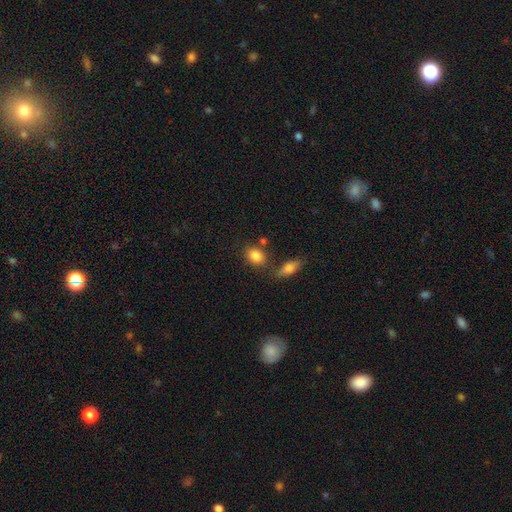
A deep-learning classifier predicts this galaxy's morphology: A smooth galaxy with no disk features (84%) that is in between round and cigar-shaped (66%).

Vote fractions:
- Smooth or featured? smooth: 84% / star or artifact: 9% / featured or disk: 7%
- How rounded? in between: 66% / round: 32% / cigar-shaped: 2%
- Merging? none: 69% / merger: 14% / minor disturbance: 13% / major disturbance: 4%